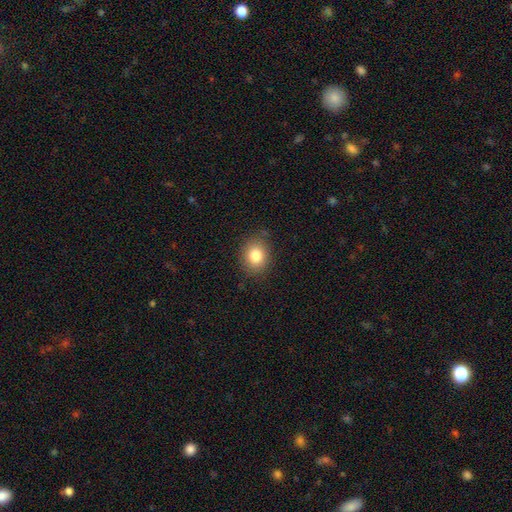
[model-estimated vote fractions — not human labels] This appears to be a smooth galaxy with no disk features (82%) that is round (60%). Merging: none (83%).